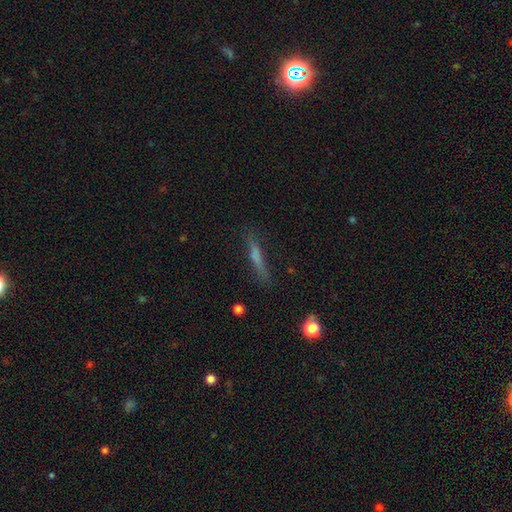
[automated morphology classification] type=smooth (52%); roundness=cigar-shaped (91%); merging=none (78%).